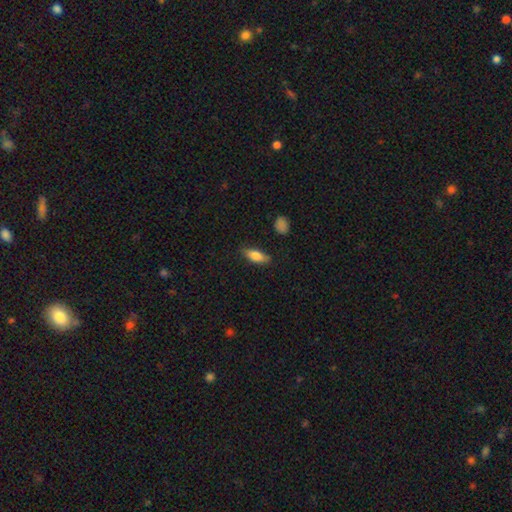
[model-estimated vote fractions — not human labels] Smooth or featured?
  - smooth: 80% *
  - featured or disk: 13%
  - star or artifact: 7%
How rounded?
  - in between: 74% *
  - cigar-shaped: 23%
  - round: 3%
Merging?
  - none: 82% *
  - minor disturbance: 14%
  - major disturbance: 3%
  - merger: 2%